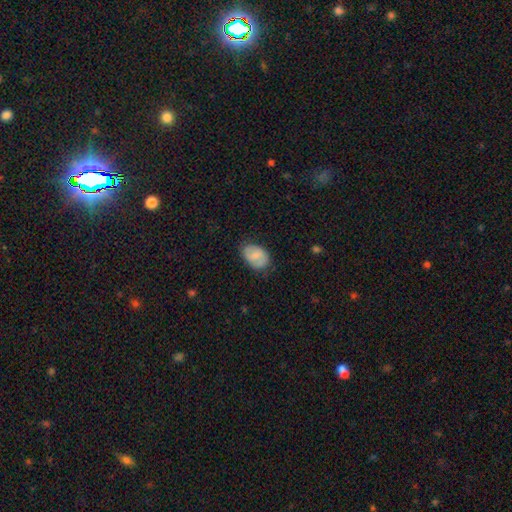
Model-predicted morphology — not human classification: Q: Smooth or featured?
A: smooth (71%); runner-up: featured or disk (22%)
Q: How rounded?
A: in between (84%); runner-up: round (14%)
Q: Merging?
A: none (73%); runner-up: minor disturbance (21%)